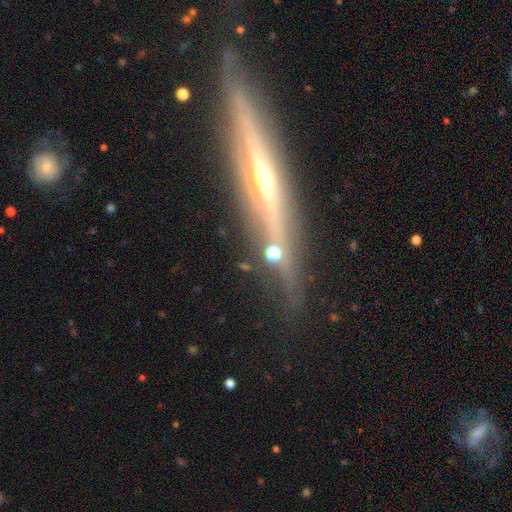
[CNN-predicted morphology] type=featured or disk (83%); edge-on=yes (93%); edge-on bulge=rounded (77%); merging=none (77%).